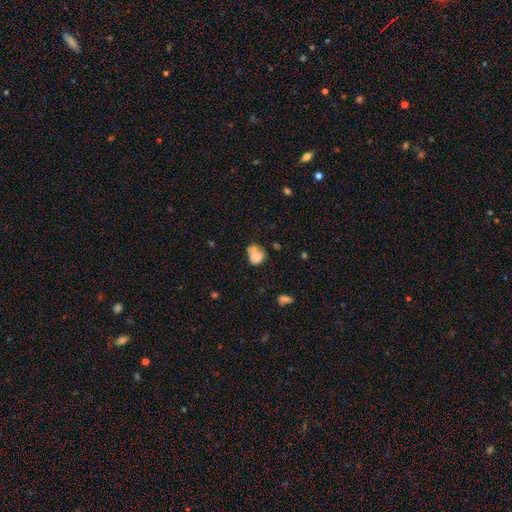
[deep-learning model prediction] Morphology: type=smooth (75%); roundness=round (59%); merging=none (40%).